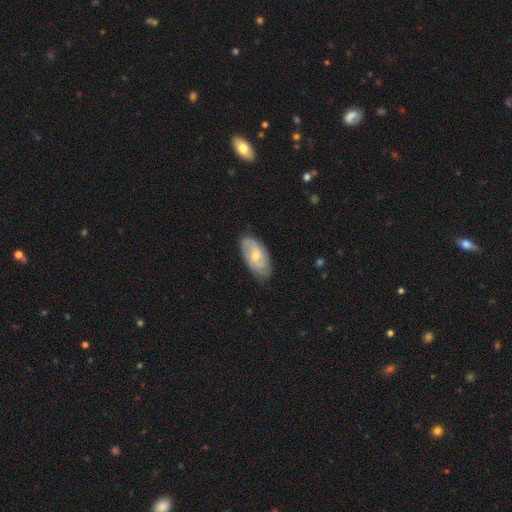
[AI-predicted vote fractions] Smooth or featured? Predicted: featured or disk (p=0.55). Edge-on disk? Predicted: no (p=0.93). Bar? Predicted: no (p=0.65). Spiral arms? Predicted: yes (p=0.79). Bulge size? Predicted: small (p=0.50). Merging? Predicted: none (p=0.77).